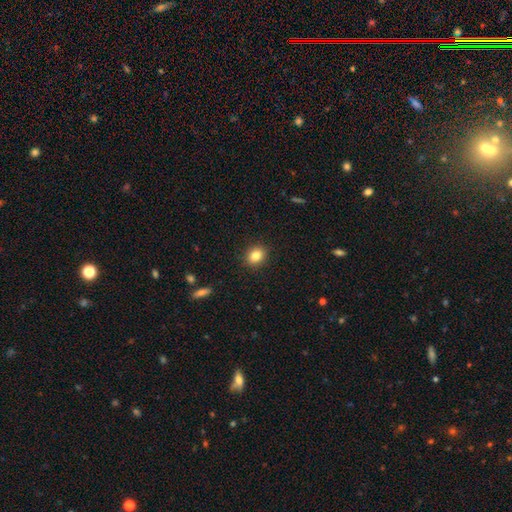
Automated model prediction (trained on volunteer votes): Smooth or featured? smooth (84%)
How rounded? round (58%)
Merging? none (91%)